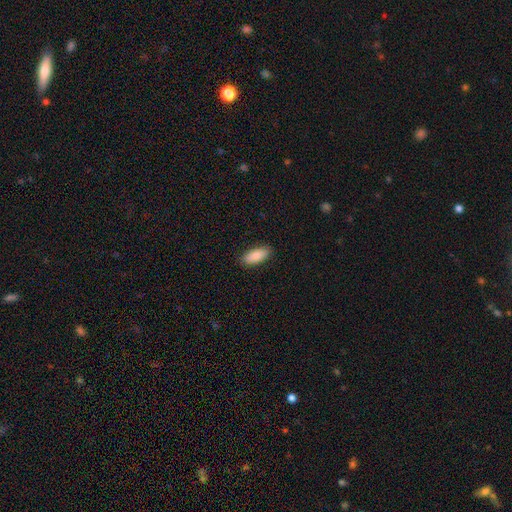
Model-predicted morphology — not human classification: This appears to be a smooth galaxy with no disk features (87%) that is in between round and cigar-shaped (84%). Merging: none (89%).